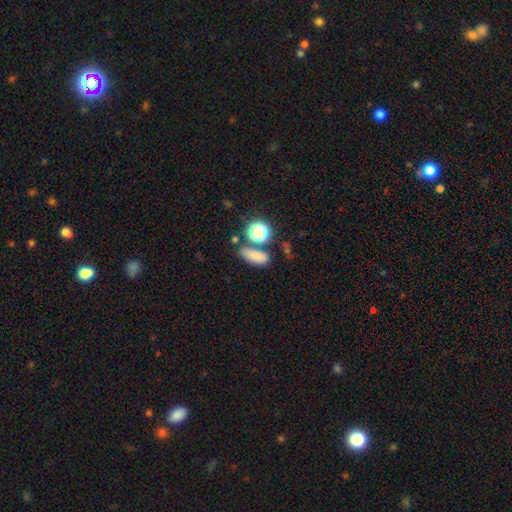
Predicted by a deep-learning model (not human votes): Smooth or featured? Predicted: smooth (p=0.76). How rounded? Predicted: in between (p=0.70). Merging? Predicted: none (p=0.66).